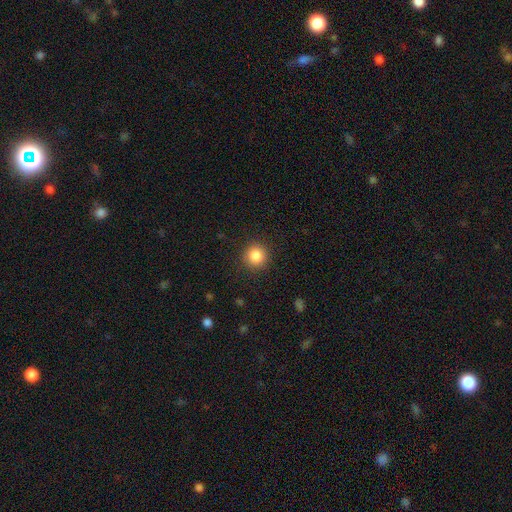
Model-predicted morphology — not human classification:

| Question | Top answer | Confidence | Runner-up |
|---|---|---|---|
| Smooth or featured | smooth | 86% | star or artifact (10%) |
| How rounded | round | 94% | in between (5%) |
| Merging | none | 90% | minor disturbance (6%) |